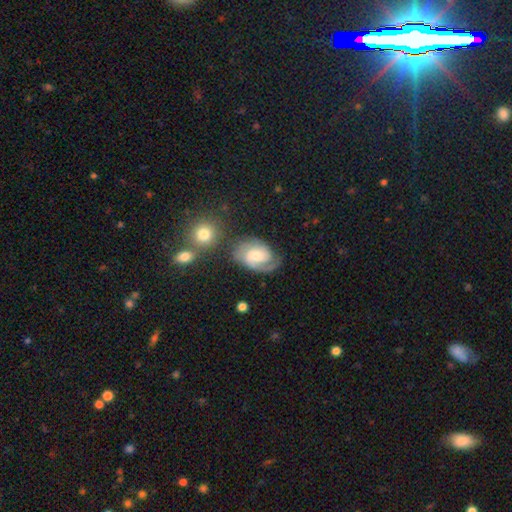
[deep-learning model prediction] smooth_or_featured: featured or disk (p=0.79) [alt: smooth p=0.15]
disk_edge_on: no (p=0.97) [alt: yes p=0.03]
bar: no (p=0.48) [alt: weak p=0.42]
has_spiral_arms: yes (p=0.96) [alt: no p=0.04]
spiral_winding: medium (p=0.44) [tied with: tight p=0.44]
spiral_arm_count: 2 (p=0.72) [alt: 1 p=0.10]
bulge_size: moderate (p=0.51) [alt: small p=0.36]
merging: none (p=0.66) [alt: minor disturbance p=0.18]